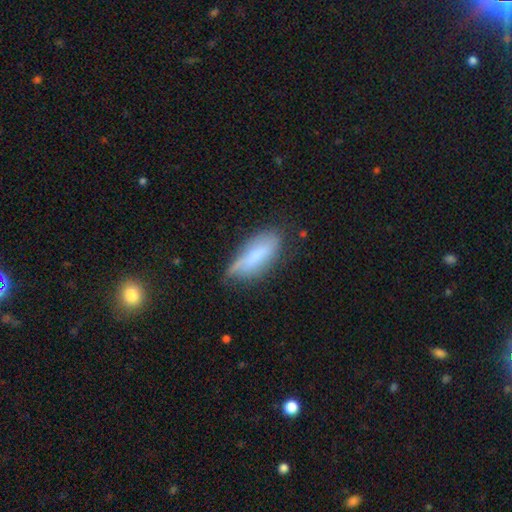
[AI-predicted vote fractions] Smooth or featured? smooth (66%)
How rounded? in between (64%)
Merging? none (53%)